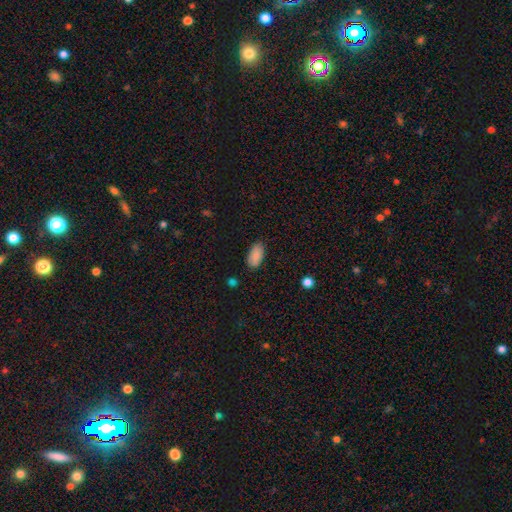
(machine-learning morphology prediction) type=smooth (89%); roundness=in between (93%); merging=none (86%).